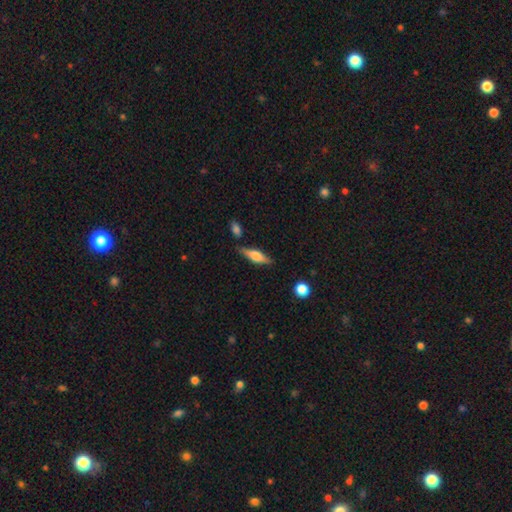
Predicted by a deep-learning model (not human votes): smooth-or-featured: featured or disk: 53% | smooth: 41% | star or artifact: 7%
  disk-edge-on: yes: 94% | no: 6%
  merging: none: 80% | minor disturbance: 12% | merger: 5% | major disturbance: 3%